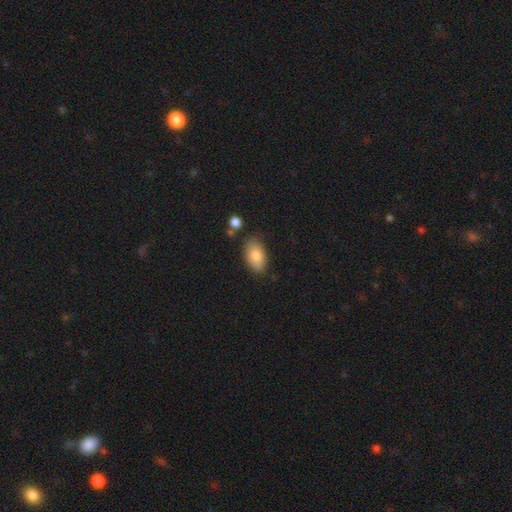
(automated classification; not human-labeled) Smooth or featured? smooth (82%)
How rounded? in between (92%)
Merging? none (74%)